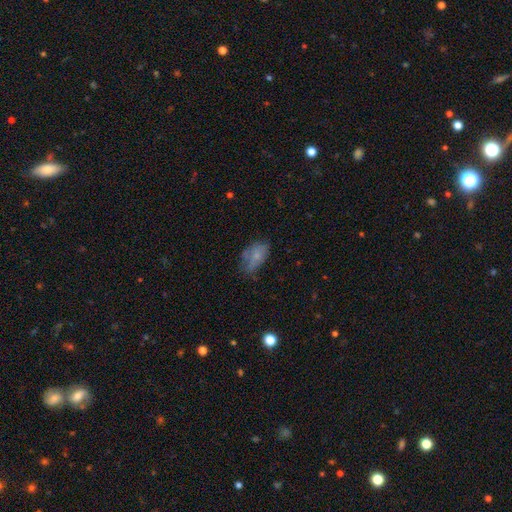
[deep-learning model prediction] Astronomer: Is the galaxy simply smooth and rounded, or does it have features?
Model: smooth — 63%.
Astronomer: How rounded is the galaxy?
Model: in between — 89%.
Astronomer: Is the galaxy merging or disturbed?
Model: none — 43% (runner-up: minor disturbance, 34%).